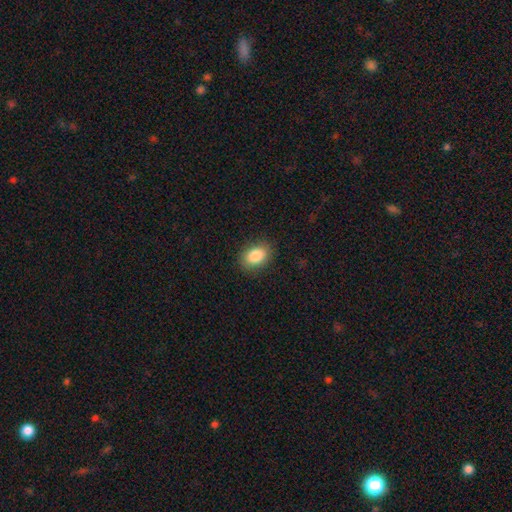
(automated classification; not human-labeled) Smooth or featured? Predicted: smooth (p=0.85). How rounded? Predicted: in between (p=0.77). Merging? Predicted: none (p=0.87).